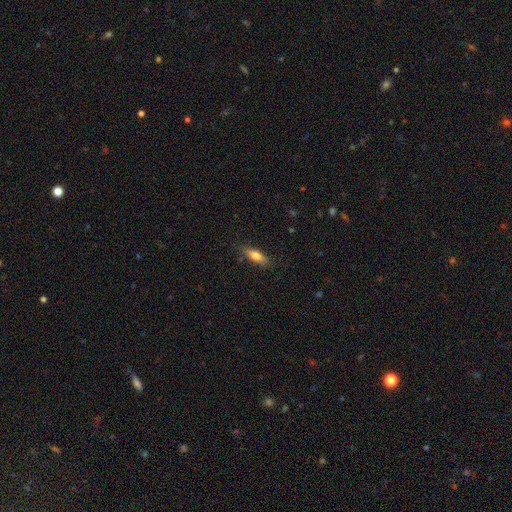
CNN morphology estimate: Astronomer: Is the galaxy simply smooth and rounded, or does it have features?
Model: smooth — 69%.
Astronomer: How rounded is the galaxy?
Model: cigar-shaped — 50% (runner-up: in between, 48%).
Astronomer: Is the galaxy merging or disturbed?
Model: none — 82%.